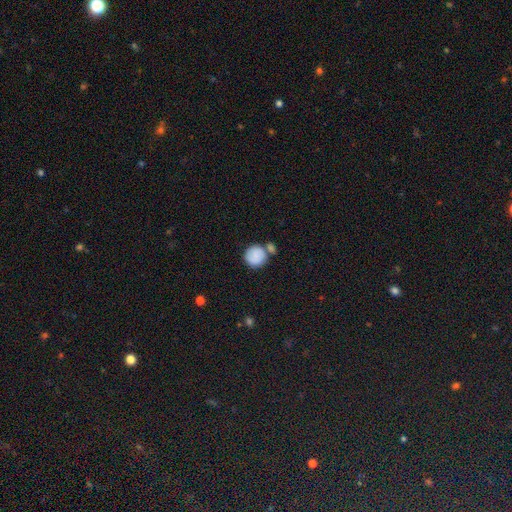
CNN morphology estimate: This is clearly a smooth galaxy (84%). How rounded: clearly round (90%). Merging: possibly none (54%).